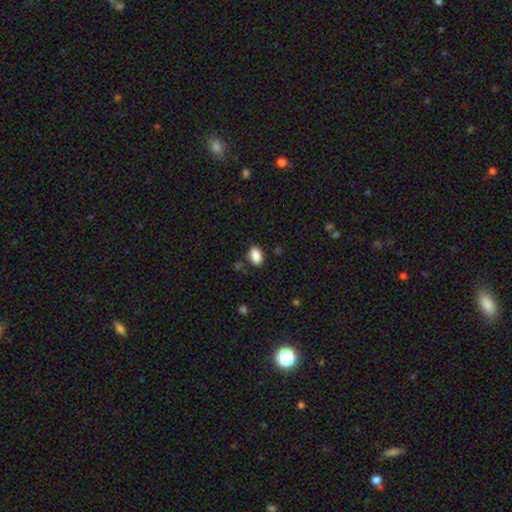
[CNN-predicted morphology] smooth-or-featured: smooth: 88% | star or artifact: 8% | featured or disk: 4%
  how-rounded: in between: 90% | round: 8% | cigar-shaped: 2%
  merging: none: 83% | minor disturbance: 12% | major disturbance: 3% | merger: 3%